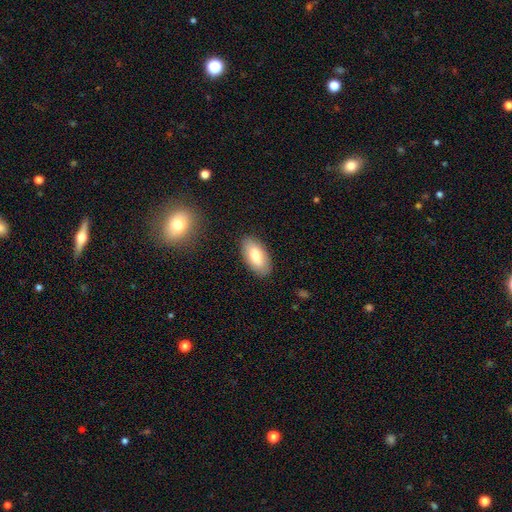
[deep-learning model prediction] Smooth or featured? Predicted: smooth (p=0.79). How rounded? Predicted: in between (p=0.93). Merging? Predicted: none (p=0.87).